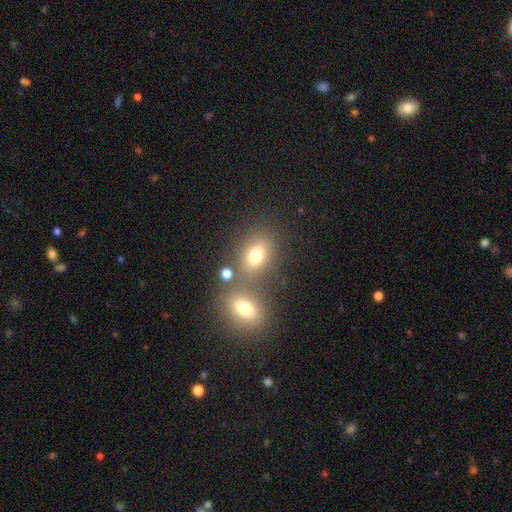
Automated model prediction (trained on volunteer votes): Overall: smooth (74%). How rounded: in between (66%; round 32%). Merging: none (60%; merger 23%).